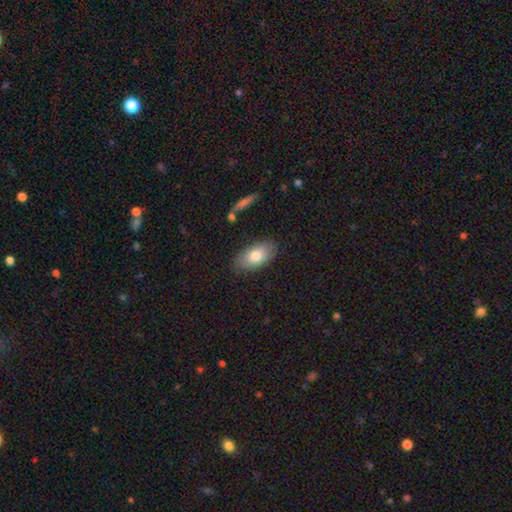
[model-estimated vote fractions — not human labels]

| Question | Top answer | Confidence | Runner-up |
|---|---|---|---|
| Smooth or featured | smooth | 76% | featured or disk (17%) |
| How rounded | in between | 92% | round (4%) |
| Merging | none | 82% | minor disturbance (13%) |